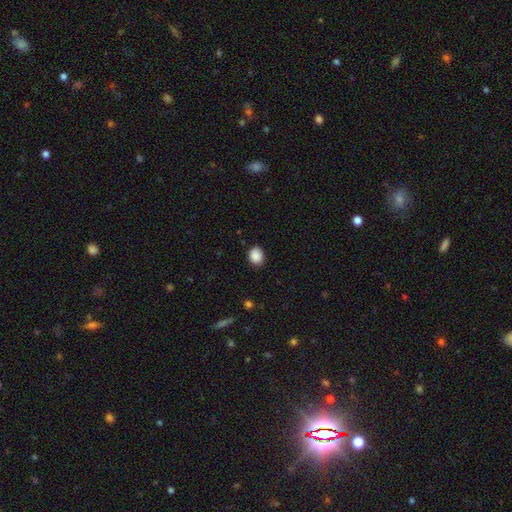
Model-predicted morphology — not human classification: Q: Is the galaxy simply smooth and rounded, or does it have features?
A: smooth — 89%.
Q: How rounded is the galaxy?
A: round — 52%.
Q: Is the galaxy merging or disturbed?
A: none — 87%.